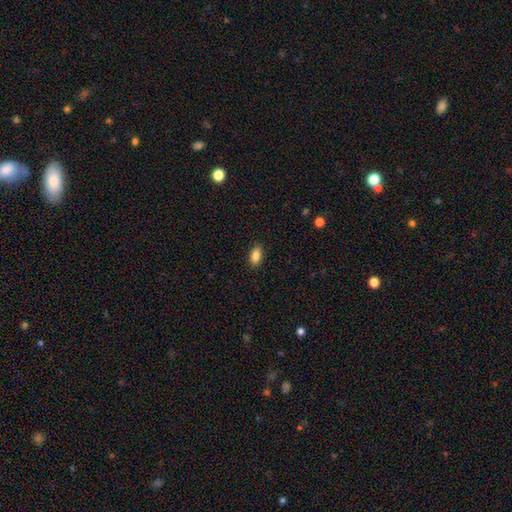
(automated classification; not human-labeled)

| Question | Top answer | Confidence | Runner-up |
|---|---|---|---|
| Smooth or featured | smooth | 87% | star or artifact (8%) |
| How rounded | in between | 91% | round (5%) |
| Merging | none | 90% | minor disturbance (8%) |